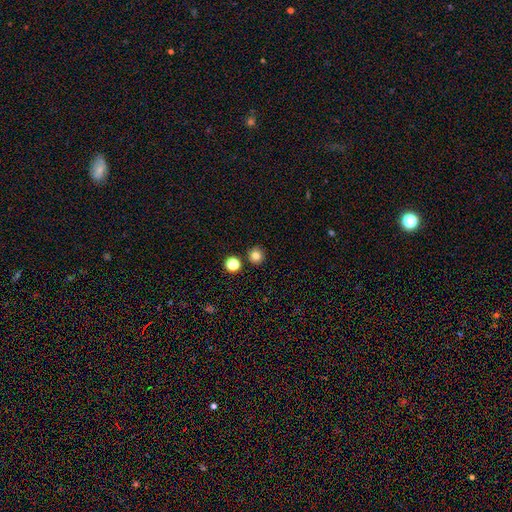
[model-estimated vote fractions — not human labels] This appears to be a smooth galaxy with no disk features (80%) that is round (94%). Merging: none (88%).